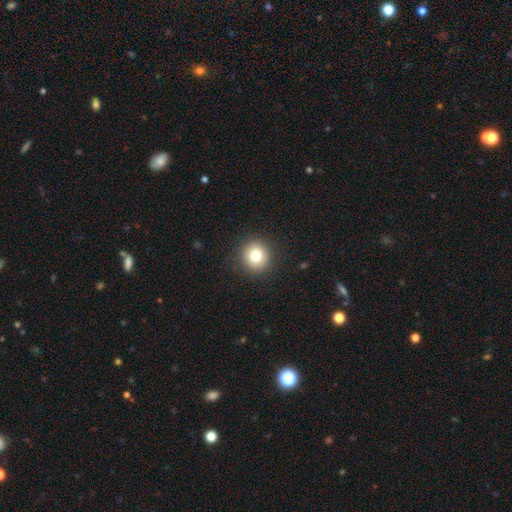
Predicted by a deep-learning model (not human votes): Morphology: type=smooth (79%); roundness=round (92%); merging=none (91%).